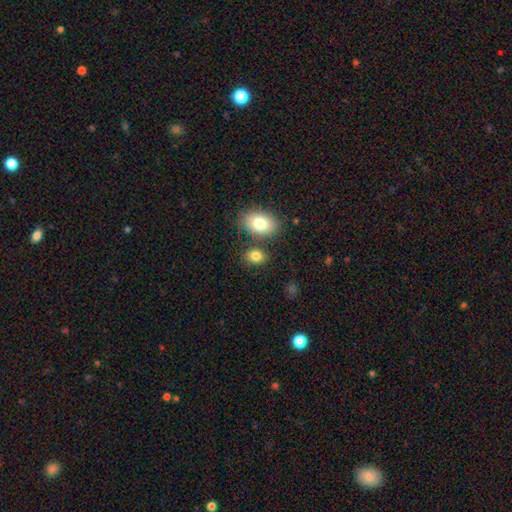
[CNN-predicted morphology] Smooth or featured? Predicted: smooth (p=0.81). How rounded? Predicted: in between (p=0.75). Merging? Predicted: none (p=0.71).